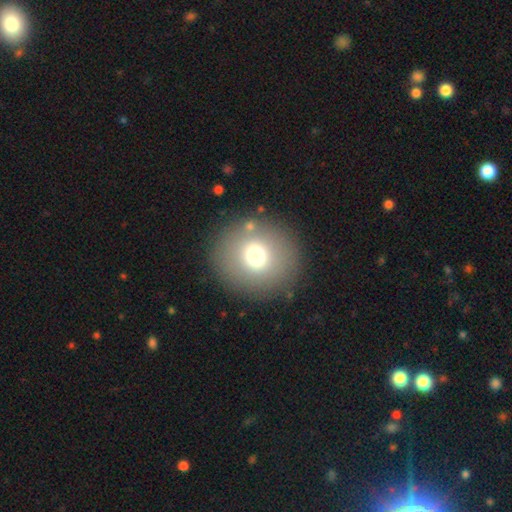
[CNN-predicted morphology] A smooth galaxy with no disk features (70%) that is round (91%). Merging: none (86%).